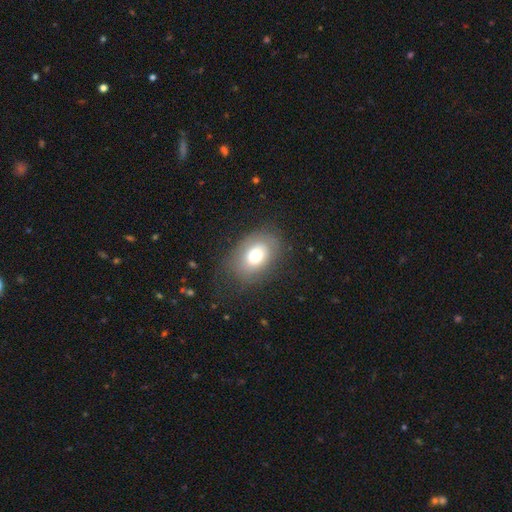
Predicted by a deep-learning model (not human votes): This appears to be a smooth galaxy with no disk features (67%) that is in between round and cigar-shaped (75%). Merging: none (70%).